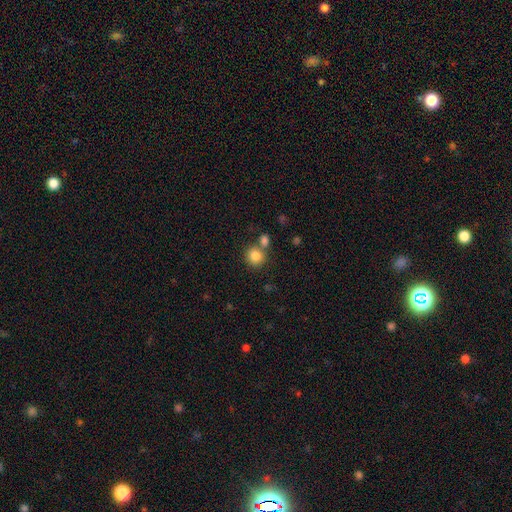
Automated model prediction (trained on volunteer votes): Morphology: type=smooth (83%); roundness=round (86%); merging=none (64%).